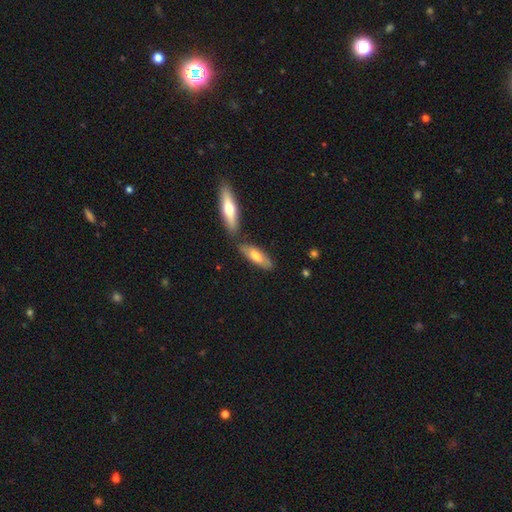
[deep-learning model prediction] Q: Smooth or featured?
A: smooth (63%); runner-up: featured or disk (32%)
Q: How rounded?
A: in between (53%); runner-up: cigar-shaped (45%)
Q: Merging?
A: none (65%); runner-up: merger (16%)